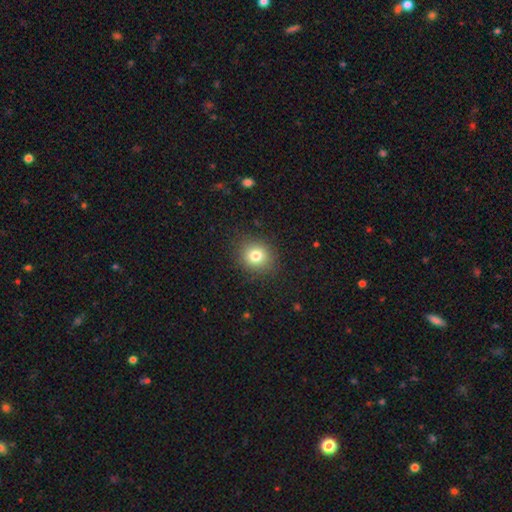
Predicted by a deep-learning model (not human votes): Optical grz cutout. It shows a smooth galaxy with no disk features (80%) that is round (81%). Merging: none (88%).